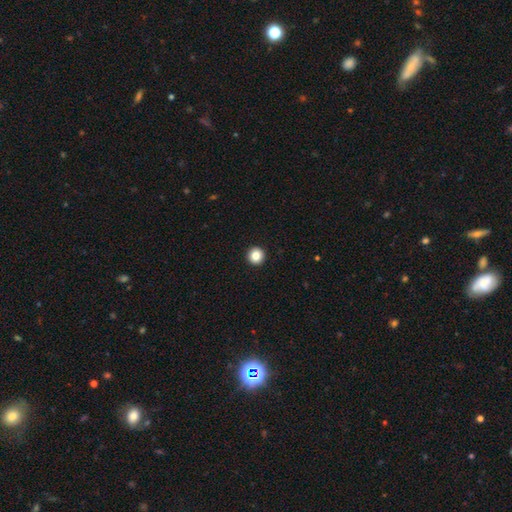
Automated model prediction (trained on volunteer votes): Smooth or featured: smooth — 84% (star or artifact — 10%)
How rounded: round — 97% (in between — 2%)
Merging: none — 95% (minor disturbance — 3%)